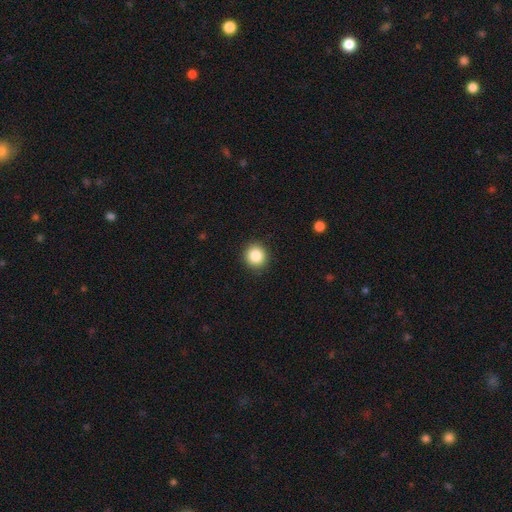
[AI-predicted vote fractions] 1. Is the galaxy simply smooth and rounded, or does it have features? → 86% smooth, 9% star or artifact, 5% featured or disk.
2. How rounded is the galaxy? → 91% round, 8% in between, 1% cigar-shaped.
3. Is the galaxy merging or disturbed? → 92% none, 6% minor disturbance, 2% major disturbance, 1% merger.